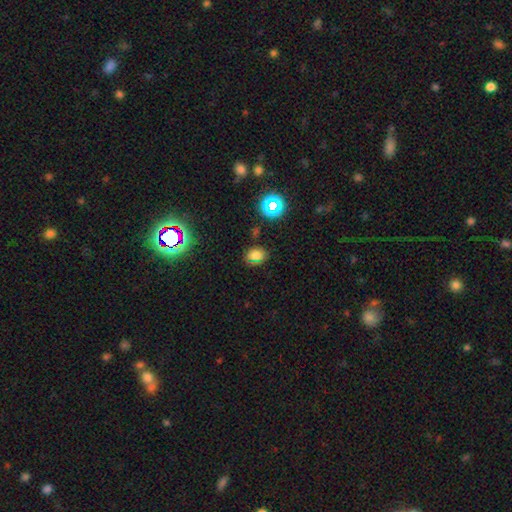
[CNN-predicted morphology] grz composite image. It shows a smooth galaxy with no disk features (64%) that is in between round and cigar-shaped (57%). Merging: none (73%).